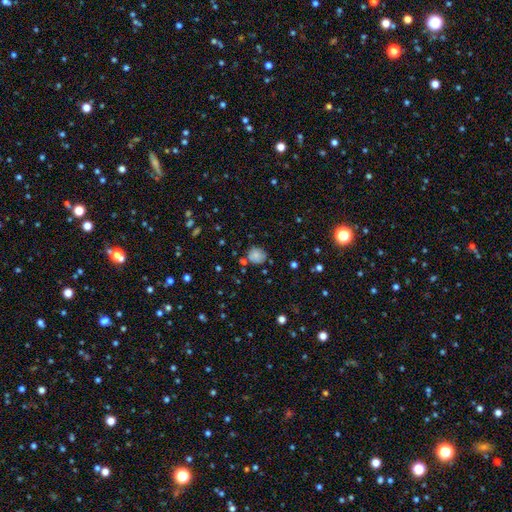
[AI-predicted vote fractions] Q: Smooth or featured?
A: smooth (78%); runner-up: star or artifact (13%)
Q: How rounded?
A: round (82%); runner-up: in between (17%)
Q: Merging?
A: none (72%); runner-up: minor disturbance (18%)